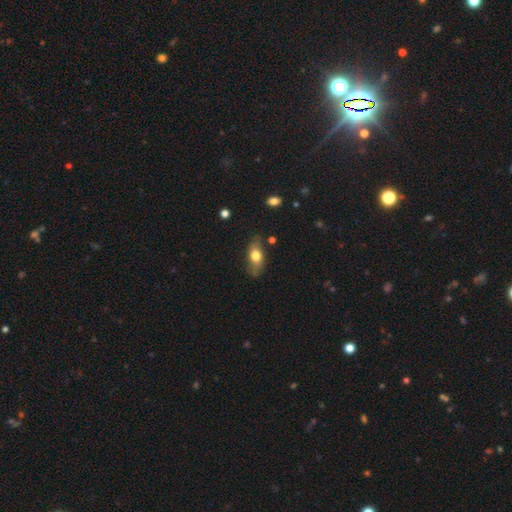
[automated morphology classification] A smooth galaxy with no disk features (65%) that is in between round and cigar-shaped (77%). Merging: none (73%).